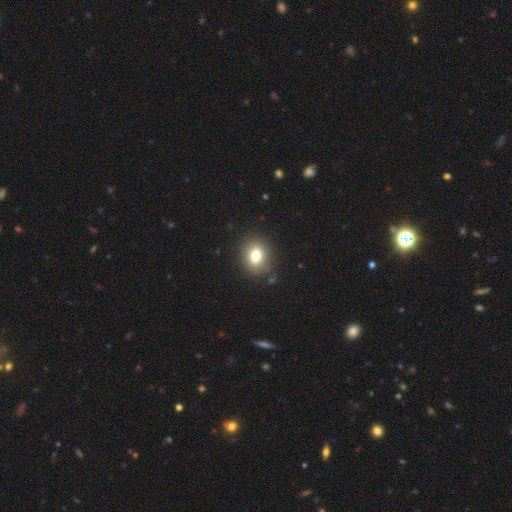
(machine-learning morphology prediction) A smooth galaxy with no disk features (76%) that is in between round and cigar-shaped (55%).

Vote fractions:
- Smooth or featured? smooth: 76% / featured or disk: 13% / star or artifact: 11%
- How rounded? in between: 55% / round: 43% / cigar-shaped: 1%
- Merging? none: 85% / minor disturbance: 10% / major disturbance: 3% / merger: 2%